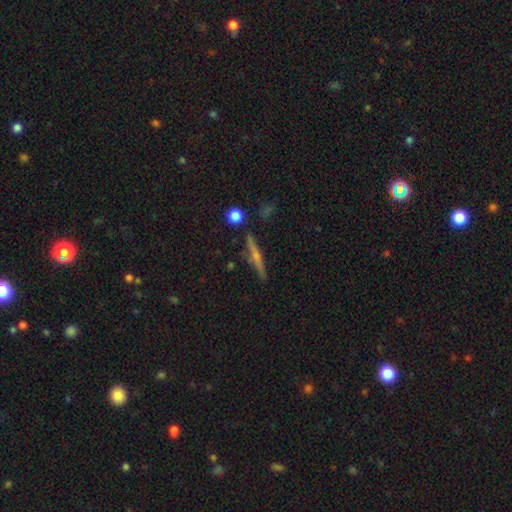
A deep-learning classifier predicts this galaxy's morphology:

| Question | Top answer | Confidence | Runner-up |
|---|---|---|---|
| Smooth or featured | featured or disk | 66% | smooth (25%) |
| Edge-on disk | yes | 97% | no (3%) |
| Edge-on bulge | rounded | 73% | none (19%) |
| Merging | none | 87% | minor disturbance (8%) |